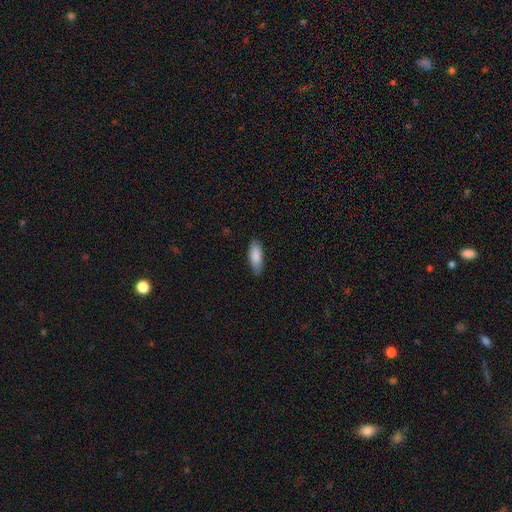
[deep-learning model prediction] A smooth galaxy with no disk features (87%) that is in between round and cigar-shaped (73%).

Vote fractions:
- Smooth or featured? smooth: 87% / featured or disk: 7% / star or artifact: 5%
- How rounded? in between: 73% / cigar-shaped: 26% / round: 2%
- Merging? none: 81% / minor disturbance: 16% / major disturbance: 2% / merger: 1%